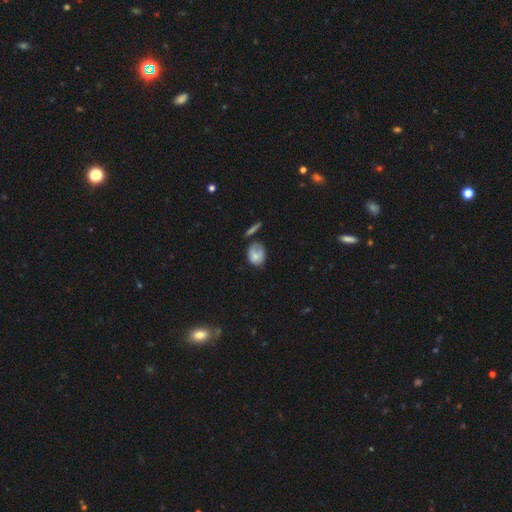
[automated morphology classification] smooth 65%, featured or disk 26%, star or artifact 9%. Down the decision tree: how rounded — in between (58%); merging — none (42%).